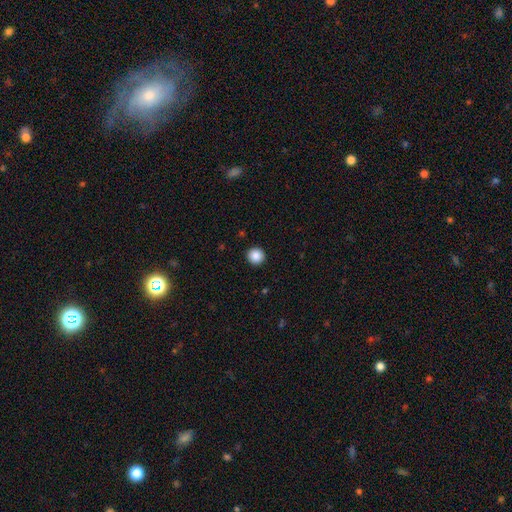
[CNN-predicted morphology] The model was most divided on "smooth or featured": smooth: 88%, star or artifact: 9%, featured or disk: 3%. More confident: how rounded — round (95%); merging — none (93%).